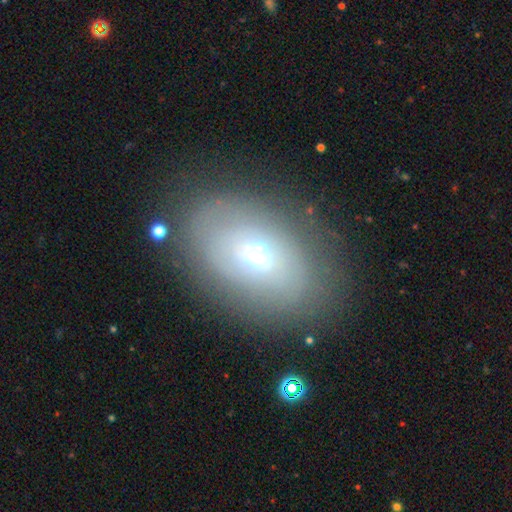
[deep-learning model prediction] Smooth or featured?
  - smooth: 45% *
  - featured or disk: 44%
  - star or artifact: 11%
Merging?
  - none: 75% *
  - minor disturbance: 16%
  - major disturbance: 7%
  - merger: 2%